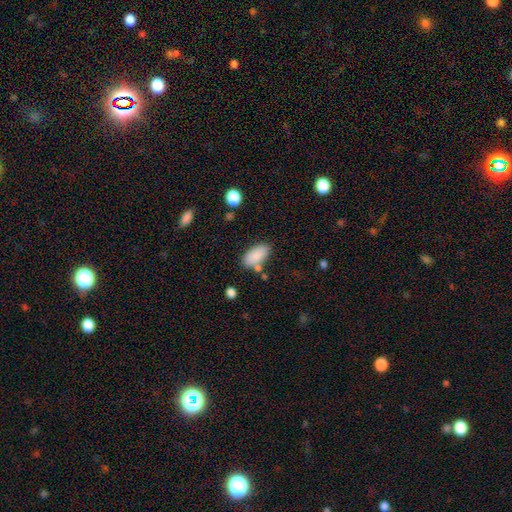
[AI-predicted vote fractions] Smooth or featured? smooth (87%)
How rounded? in between (92%)
Merging? none (70%)